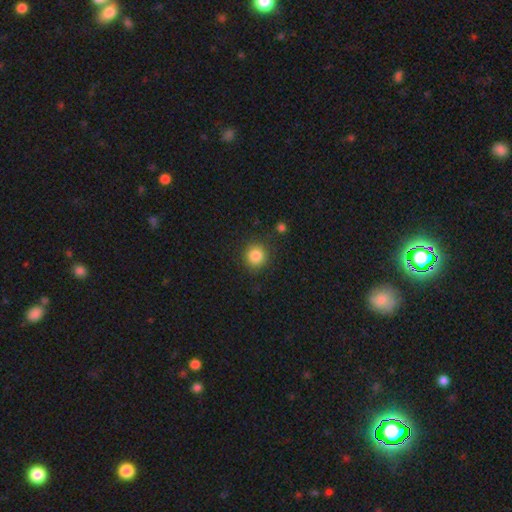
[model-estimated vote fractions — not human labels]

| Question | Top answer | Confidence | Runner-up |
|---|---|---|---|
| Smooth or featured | smooth | 85% | star or artifact (10%) |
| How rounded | round | 90% | in between (9%) |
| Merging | none | 87% | minor disturbance (8%) |